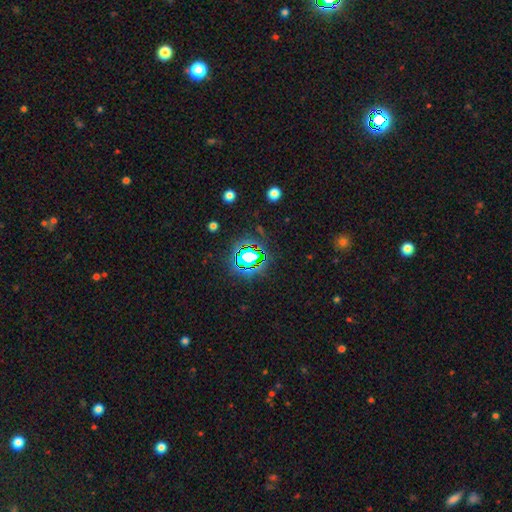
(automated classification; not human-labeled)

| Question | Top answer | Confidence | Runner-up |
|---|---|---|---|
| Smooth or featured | star or artifact | 71% | smooth (18%) |